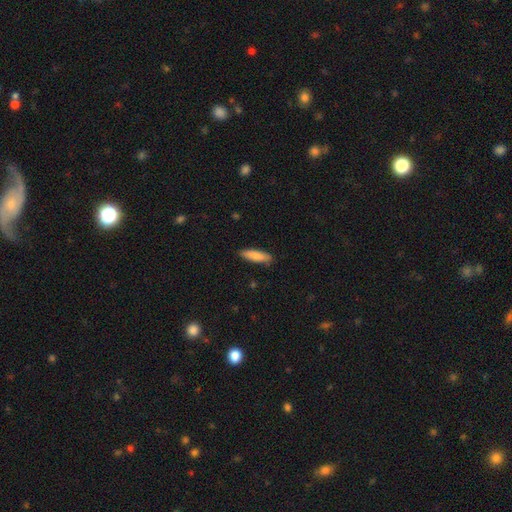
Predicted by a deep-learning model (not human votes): This is clearly a smooth galaxy (85%). How rounded: likely cigar-shaped (65%). Merging: clearly none (87%).